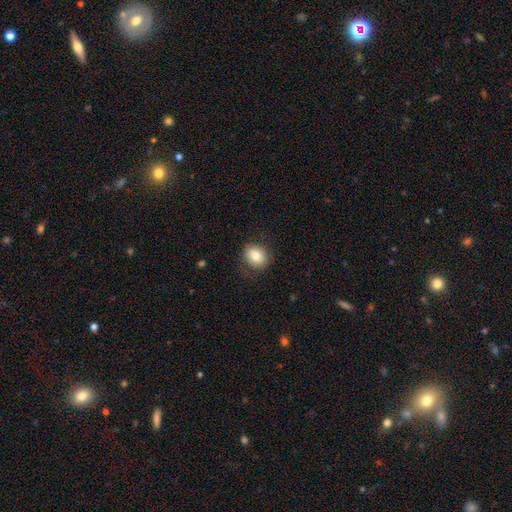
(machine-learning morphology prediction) Q: Smooth or featured?
A: smooth (79%); runner-up: featured or disk (12%)
Q: How rounded?
A: round (69%); runner-up: in between (30%)
Q: Merging?
A: none (83%); runner-up: minor disturbance (12%)